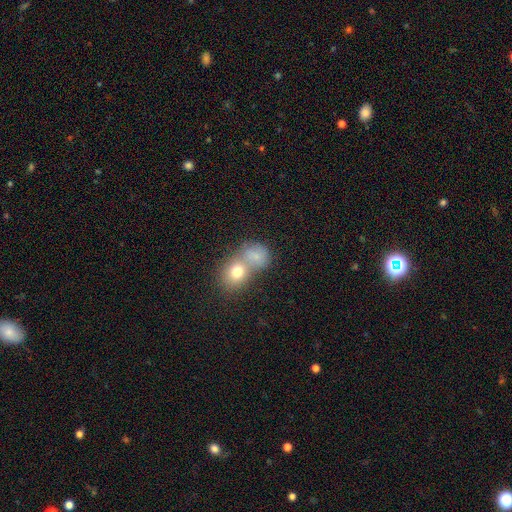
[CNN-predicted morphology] Smooth or featured? Predicted: smooth (p=0.74). How rounded? Predicted: round (p=0.62). Merging? Predicted: merger (p=0.60).